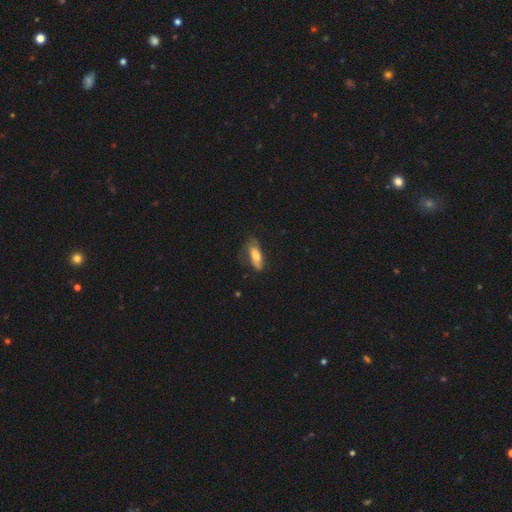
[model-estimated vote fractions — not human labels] smooth-or-featured: smooth: 70% | featured or disk: 23% | star or artifact: 7%
  how-rounded: in between: 65% | cigar-shaped: 33% | round: 2%
  merging: none: 53% | minor disturbance: 29% | major disturbance: 16% | merger: 2%